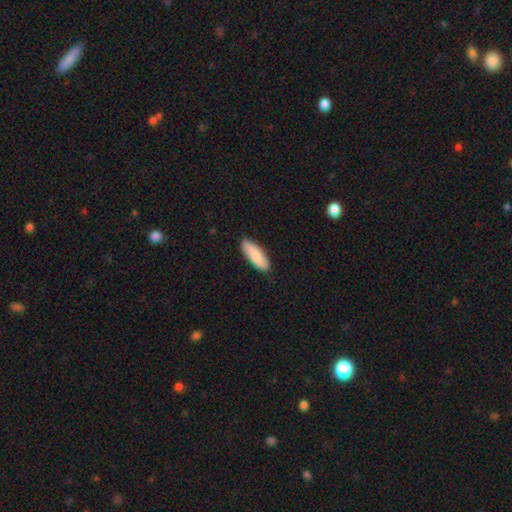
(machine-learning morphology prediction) Smooth or featured: smooth — 85% (featured or disk — 10%)
How rounded: in between — 57% (cigar-shaped — 41%)
Merging: none — 87% (minor disturbance — 10%)